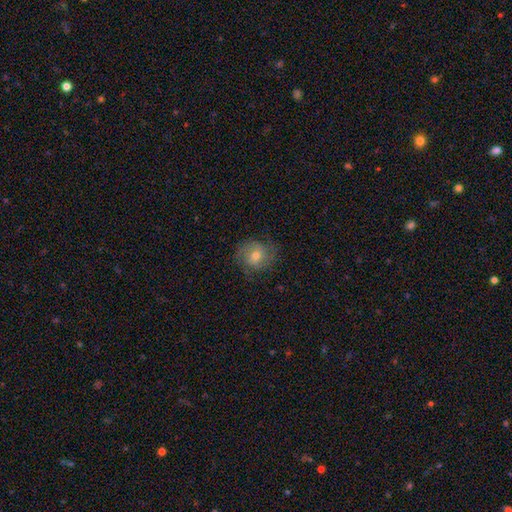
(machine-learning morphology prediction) Overall: smooth (47%; featured or disk 43%). Merging: none (73%).